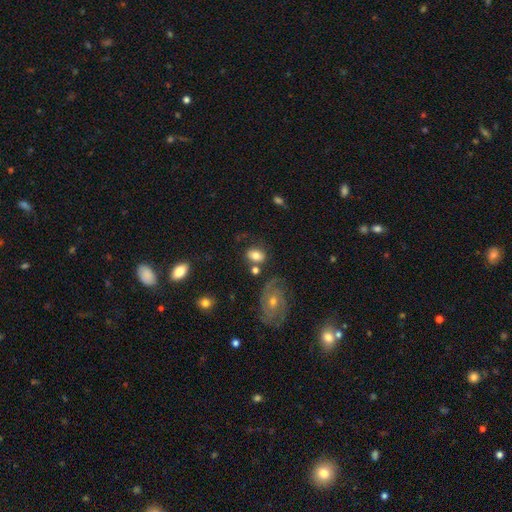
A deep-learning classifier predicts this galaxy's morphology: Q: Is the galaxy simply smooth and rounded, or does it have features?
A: smooth — 75%.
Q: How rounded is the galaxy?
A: in between — 73%.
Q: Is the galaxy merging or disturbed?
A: none — 63%.